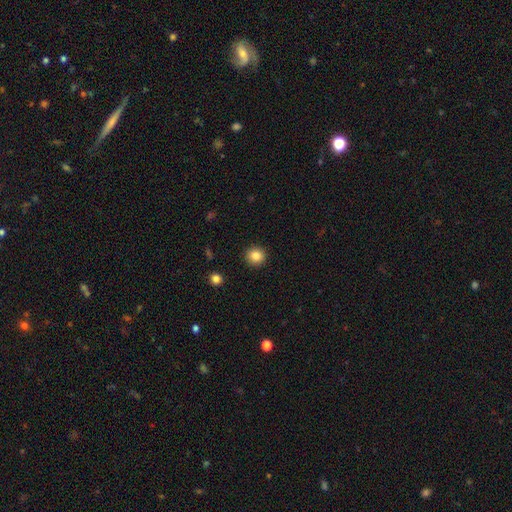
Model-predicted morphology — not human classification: Smooth or featured?
  - smooth: 86% *
  - star or artifact: 10%
  - featured or disk: 4%
How rounded?
  - round: 91% *
  - in between: 8%
  - cigar-shaped: 1%
Merging?
  - none: 92% *
  - minor disturbance: 5%
  - major disturbance: 2%
  - merger: 1%